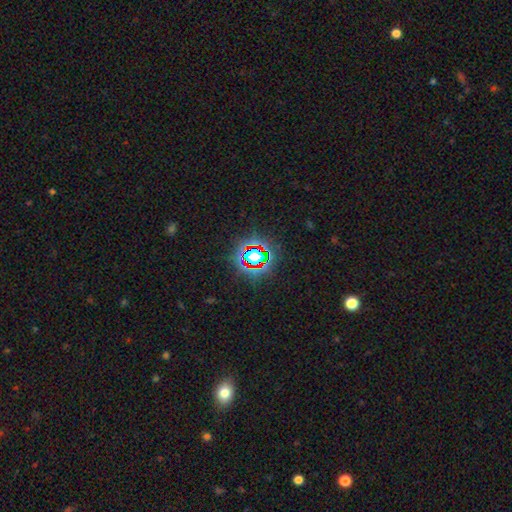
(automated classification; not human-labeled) The model was most divided on "smooth or featured": star or artifact: 73%, smooth: 16%, featured or disk: 10%.